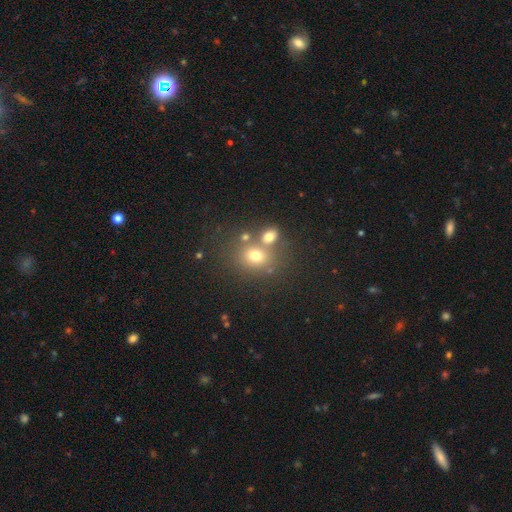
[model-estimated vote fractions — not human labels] Smooth or featured: smooth — 70% (star or artifact — 17%)
How rounded: round — 62% (in between — 37%)
Merging: none — 53% (merger — 32%)